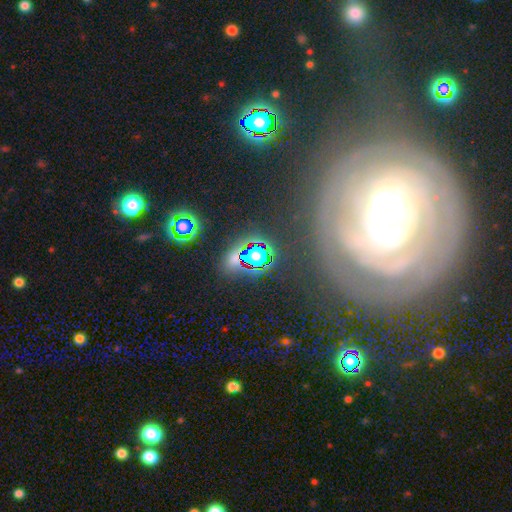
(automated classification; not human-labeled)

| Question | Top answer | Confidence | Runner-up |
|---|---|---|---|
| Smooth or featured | star or artifact | 62% | smooth (27%) |